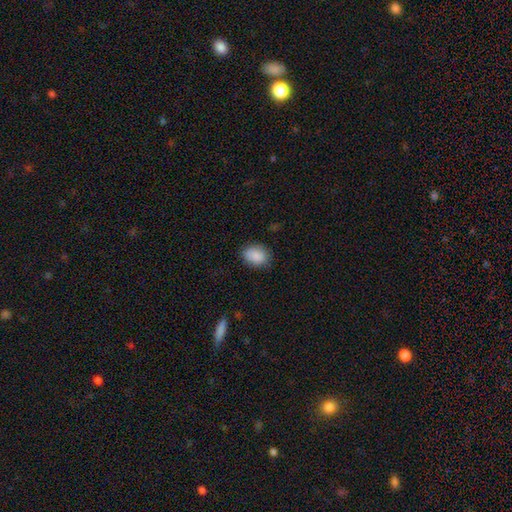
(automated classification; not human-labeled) Smooth or featured? smooth (89%)
How rounded? in between (68%)
Merging? none (80%)